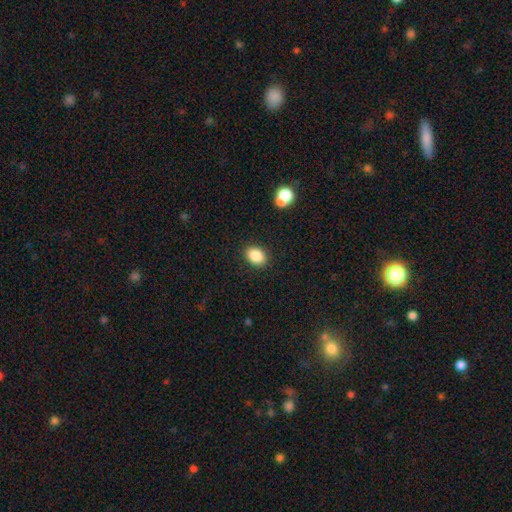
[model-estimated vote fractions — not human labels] Smooth or featured: smooth — 87% (star or artifact — 8%)
How rounded: in between — 72% (round — 27%)
Merging: none — 87% (minor disturbance — 8%)